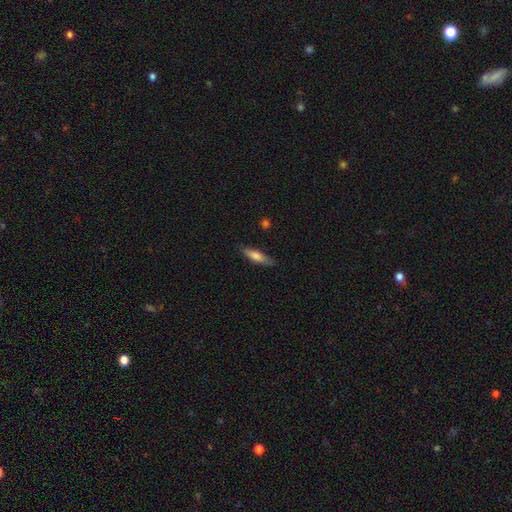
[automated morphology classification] The model was most divided on "how rounded": cigar-shaped: 68%, in between: 30%, round: 2%. More confident: merging — none (82%); smooth or featured — smooth (68%).